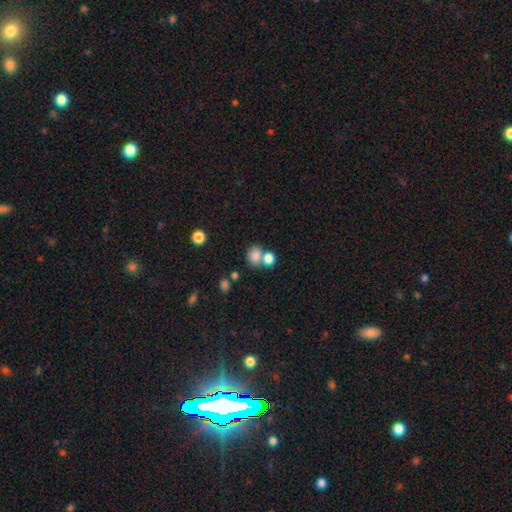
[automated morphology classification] smooth-or-featured: smooth: 80% | star or artifact: 12% | featured or disk: 8%
  how-rounded: round: 66% | in between: 33% | cigar-shaped: 1%
  merging: none: 47% | merger: 39% | minor disturbance: 10% | major disturbance: 5%